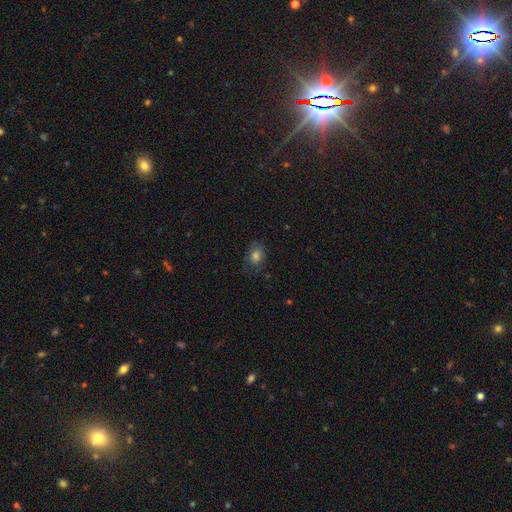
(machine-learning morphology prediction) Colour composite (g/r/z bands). It shows a smooth galaxy with no disk features (75%) that is in between round and cigar-shaped (65%). Merging: none (69%).